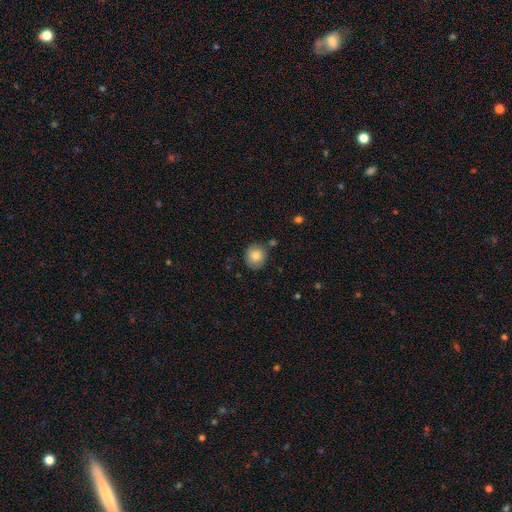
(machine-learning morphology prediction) Smooth or featured?
  - smooth: 80% *
  - featured or disk: 12%
  - star or artifact: 8%
How rounded?
  - round: 82% *
  - in between: 17%
  - cigar-shaped: 1%
Merging?
  - none: 80% *
  - minor disturbance: 14%
  - merger: 4%
  - major disturbance: 3%